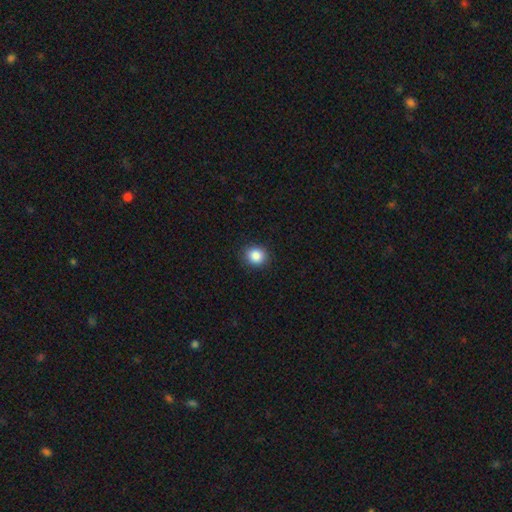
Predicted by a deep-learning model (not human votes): smooth 87%, star or artifact 10%, featured or disk 4%. Down the decision tree: how rounded — round (81%); merging — none (90%).